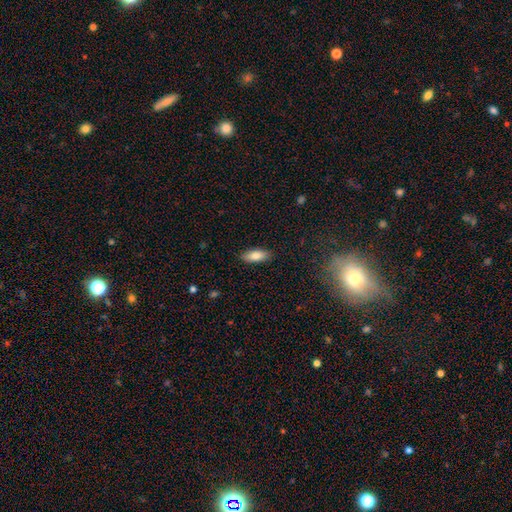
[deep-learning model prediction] Smooth or featured? smooth (82%)
How rounded? in between (79%)
Merging? none (88%)